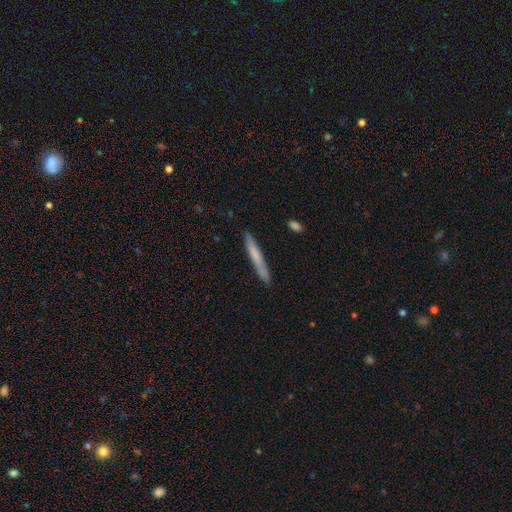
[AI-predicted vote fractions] smooth_or_featured: smooth (p=0.63) [alt: featured or disk p=0.31]
how_rounded: cigar-shaped (p=0.96) [alt: in between p=0.03]
merging: none (p=0.86) [alt: minor disturbance p=0.11]